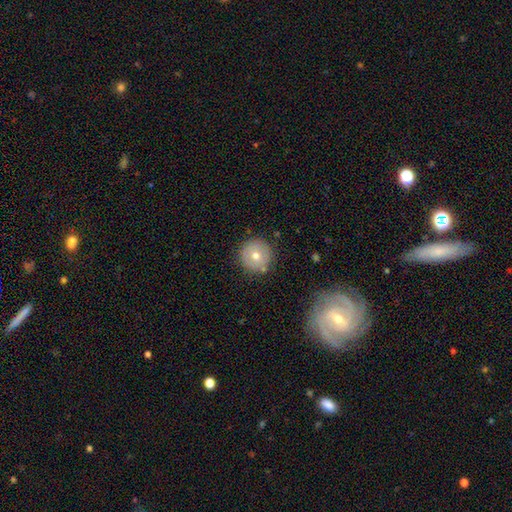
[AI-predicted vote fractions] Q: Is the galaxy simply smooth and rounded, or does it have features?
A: smooth — 67%.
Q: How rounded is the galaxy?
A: round — 96%.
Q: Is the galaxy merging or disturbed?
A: none — 87%.